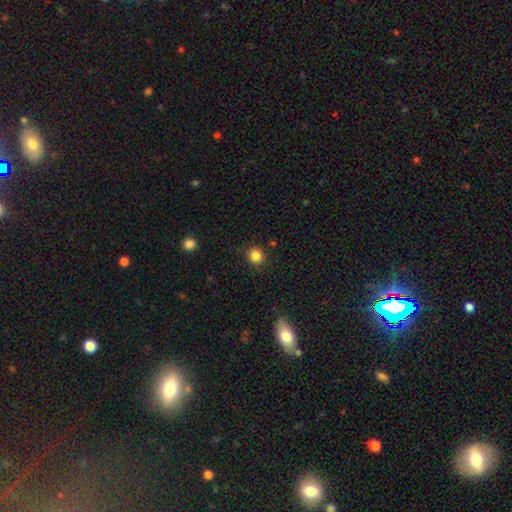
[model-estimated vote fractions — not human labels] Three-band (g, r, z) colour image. It shows a smooth galaxy with no disk features (85%) that is round (89%). Merging: none (90%).